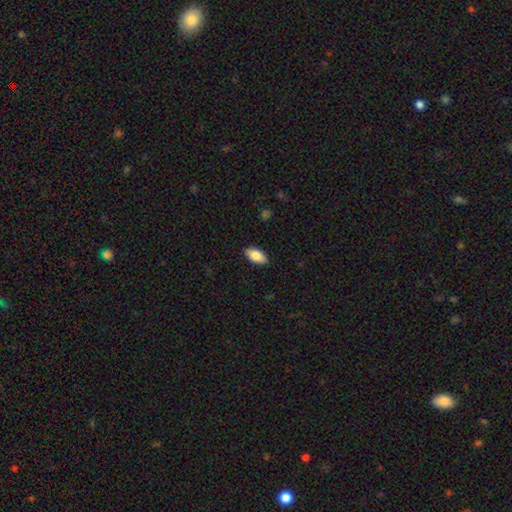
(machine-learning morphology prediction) Smooth or featured: smooth — 82% (featured or disk — 11%)
How rounded: in between — 92% (cigar-shaped — 5%)
Merging: none — 89% (minor disturbance — 8%)